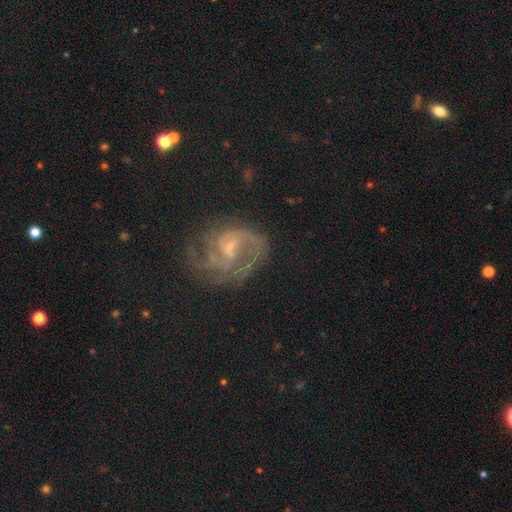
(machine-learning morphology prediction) Smooth or featured? Predicted: featured or disk (p=0.67). Edge-on disk? Predicted: no (p=0.97). Bar? Predicted: weak (p=0.50). Spiral arms? Predicted: yes (p=0.94). Spiral winding? Predicted: medium (p=0.47). Spiral arm count? Predicted: 2 (p=0.71). Bulge size? Predicted: small (p=0.54). Merging? Predicted: none (p=0.75).